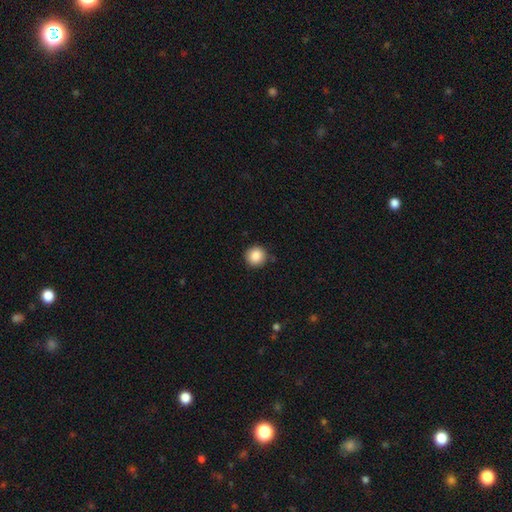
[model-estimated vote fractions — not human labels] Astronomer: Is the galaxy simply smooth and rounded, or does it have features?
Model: smooth — 87%.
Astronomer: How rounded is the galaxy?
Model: round — 94%.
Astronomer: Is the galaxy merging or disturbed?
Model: none — 88%.